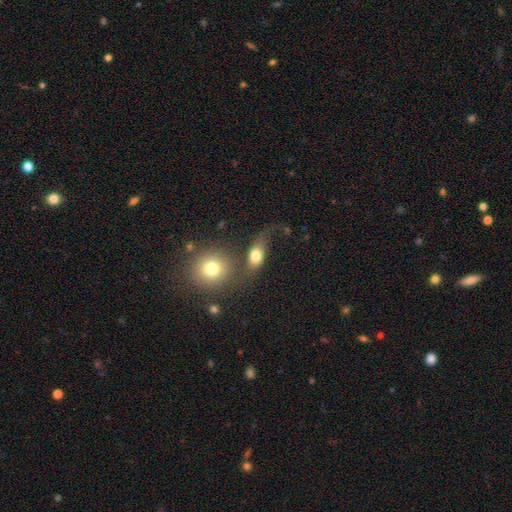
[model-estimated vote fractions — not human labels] smooth-or-featured: smooth: 71% | featured or disk: 18% | star or artifact: 11%
  how-rounded: in between: 69% | round: 26% | cigar-shaped: 5%
  merging: none: 39% | merger: 25% | major disturbance: 19% | minor disturbance: 17%